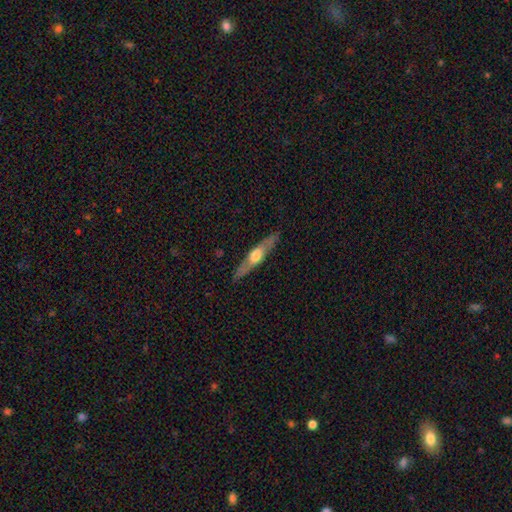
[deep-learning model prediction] featured or disk 59%, smooth 35%, star or artifact 5%. Down the decision tree: edge-on disk — yes (88%); edge-on bulge — rounded (88%); merging — none (87%).